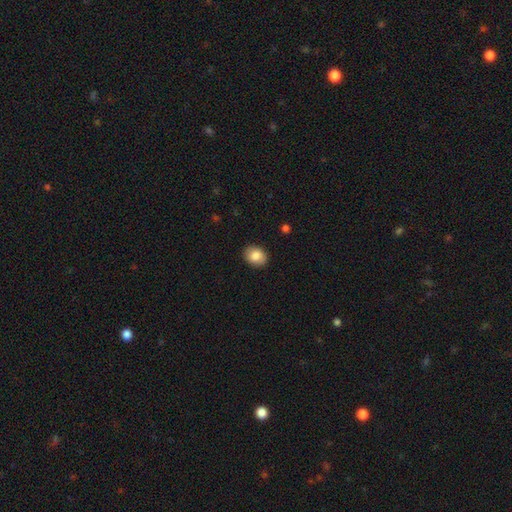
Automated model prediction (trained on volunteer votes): A smooth galaxy with no disk features (86%) that is in between round and cigar-shaped (57%).

Vote fractions:
- Smooth or featured? smooth: 86% / star or artifact: 8% / featured or disk: 7%
- How rounded? in between: 57% / round: 42% / cigar-shaped: 1%
- Merging? none: 90% / minor disturbance: 8% / major disturbance: 2% / merger: 1%